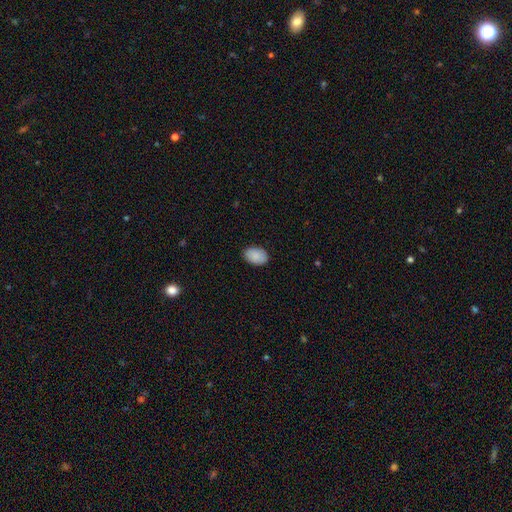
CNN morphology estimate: This appears to be a smooth galaxy with no disk features (89%) that is in between round and cigar-shaped (86%). Merging: none (87%).